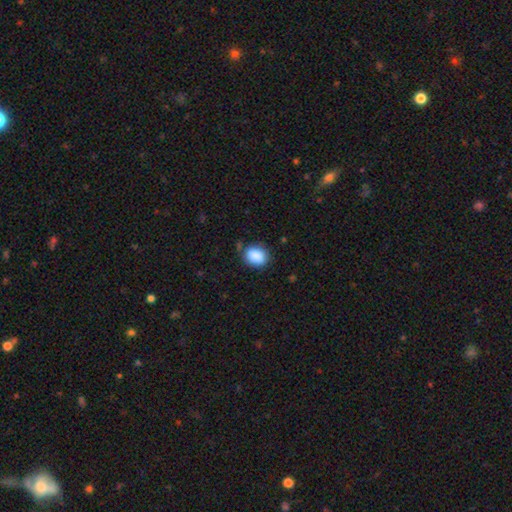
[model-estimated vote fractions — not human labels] smooth-or-featured: smooth: 88% | star or artifact: 8% | featured or disk: 4%
  how-rounded: in between: 55% | round: 44% | cigar-shaped: 1%
  merging: none: 78% | minor disturbance: 16% | major disturbance: 3% | merger: 3%